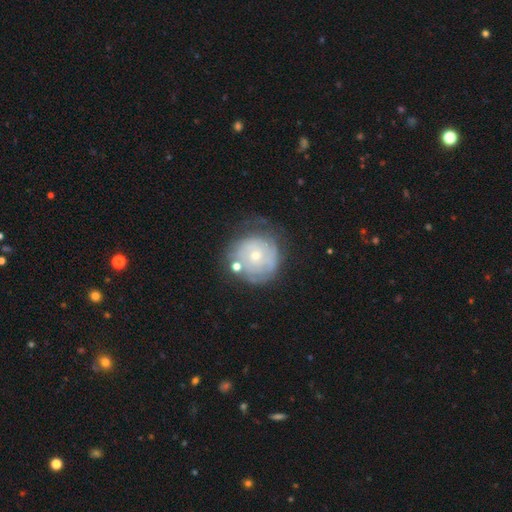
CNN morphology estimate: A featured or disk galaxy (68%) with no bar (85%), tight (79%) spiral arms (77%) and a small central bulge (69%). Merging: none (55%).